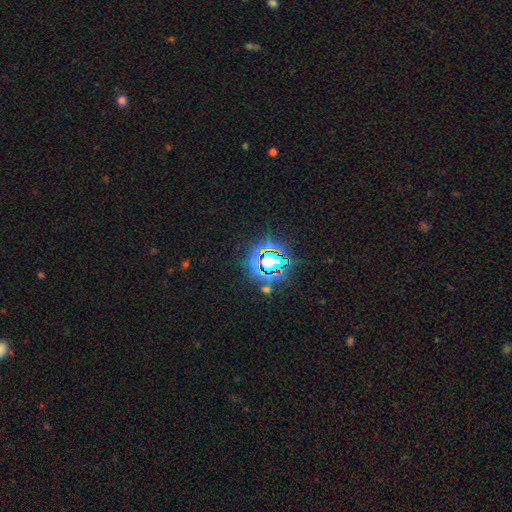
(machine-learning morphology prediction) Smooth or featured? star or artifact (80%)